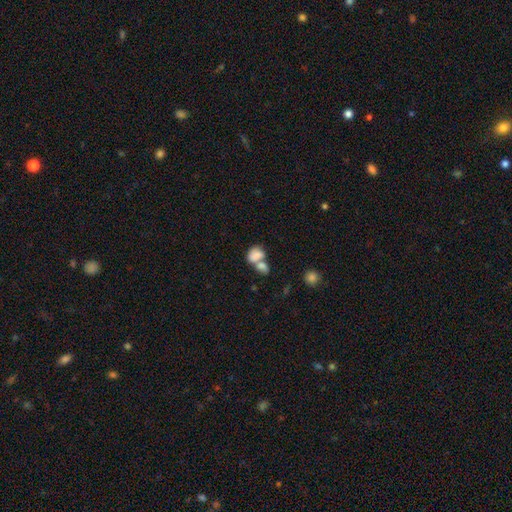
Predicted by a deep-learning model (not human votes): smooth_or_featured: smooth (p=0.77) [alt: featured or disk p=0.15]
how_rounded: in between (p=0.75) [alt: round p=0.23]
merging: merger (p=0.66) [alt: none p=0.20]